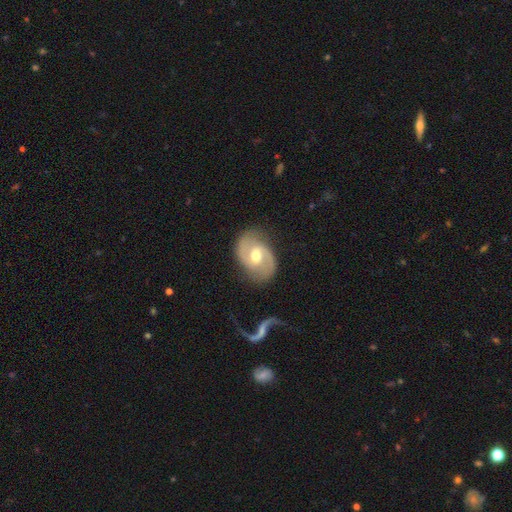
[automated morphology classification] A featured or disk galaxy (83%) with a weak bar (51%), 2 (91%) medium (52%) spiral arms (93%) and a moderate central bulge (74%). Merging: none (79%).